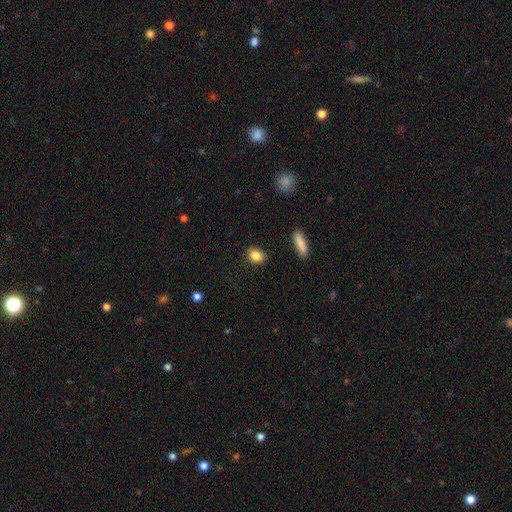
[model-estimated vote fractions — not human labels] smooth_or_featured: smooth (p=0.86) [alt: star or artifact p=0.09]
how_rounded: in between (p=0.61) [alt: round p=0.37]
merging: none (p=0.87) [alt: minor disturbance p=0.09]